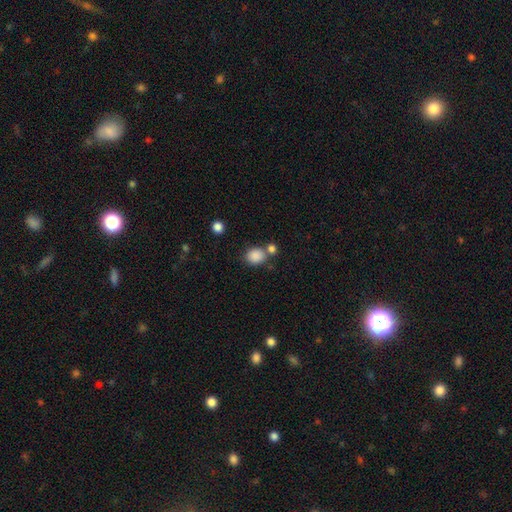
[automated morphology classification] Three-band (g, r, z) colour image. It shows a smooth galaxy with no disk features (86%) that is round (63%). Merging: none (61%).